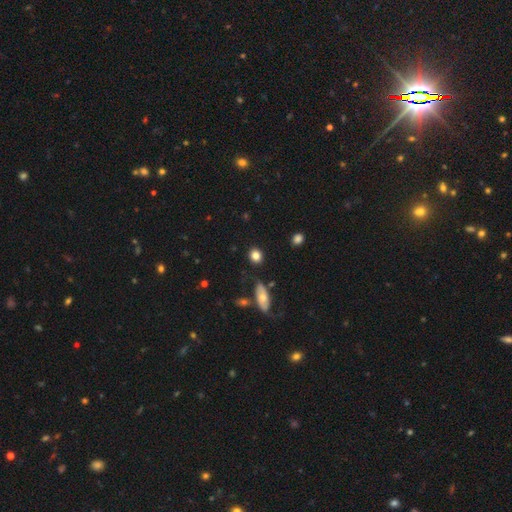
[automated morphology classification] smooth_or_featured: smooth (p=0.83) [alt: star or artifact p=0.09]
how_rounded: round (p=0.67) [alt: in between p=0.31]
merging: none (p=0.83) [alt: minor disturbance p=0.10]